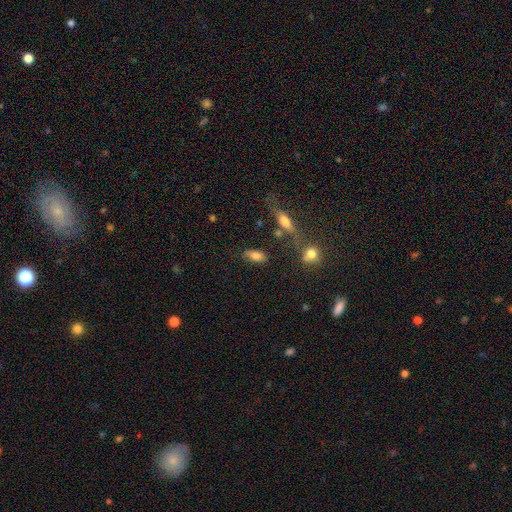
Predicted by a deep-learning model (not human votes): Smooth or featured? smooth (78%)
How rounded? in between (84%)
Merging? none (75%)